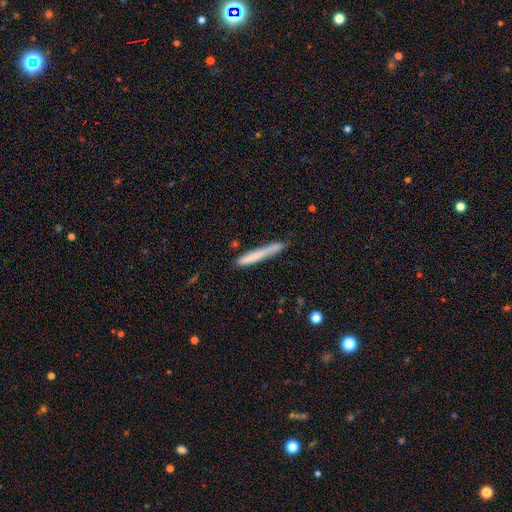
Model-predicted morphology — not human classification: type=smooth (70%); roundness=cigar-shaped (97%); merging=none (78%).